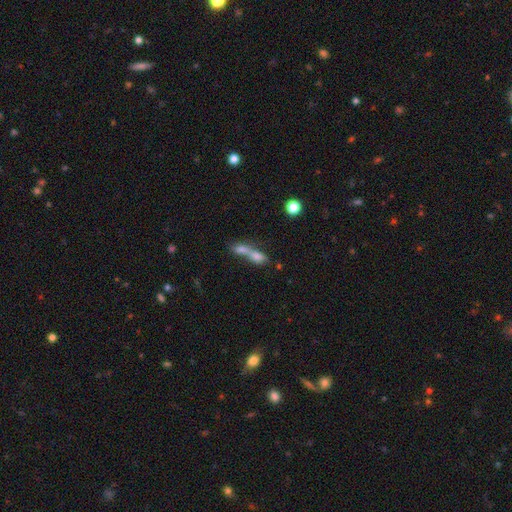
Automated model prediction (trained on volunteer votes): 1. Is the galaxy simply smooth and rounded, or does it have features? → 63% smooth, 24% featured or disk, 13% star or artifact.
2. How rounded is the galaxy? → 49% in between, 37% cigar-shaped, 14% round.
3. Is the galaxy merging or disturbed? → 70% merger, 17% none, 7% major disturbance, 6% minor disturbance.